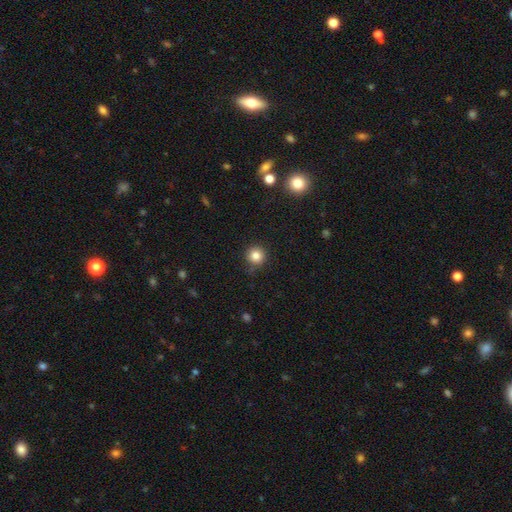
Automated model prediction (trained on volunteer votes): Morphology: type=smooth (83%); roundness=round (94%); merging=none (87%).